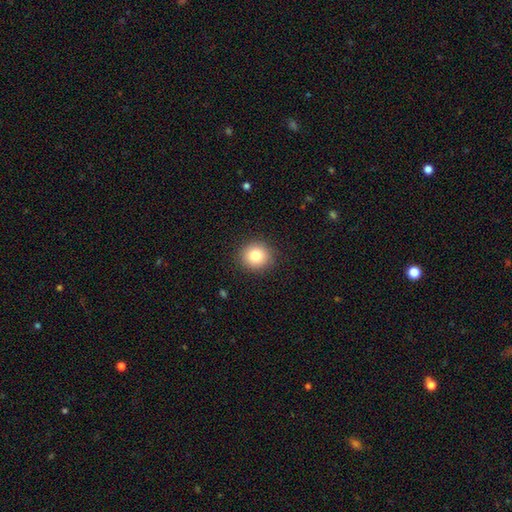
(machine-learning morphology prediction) type=smooth (82%); roundness=round (88%); merging=none (90%).